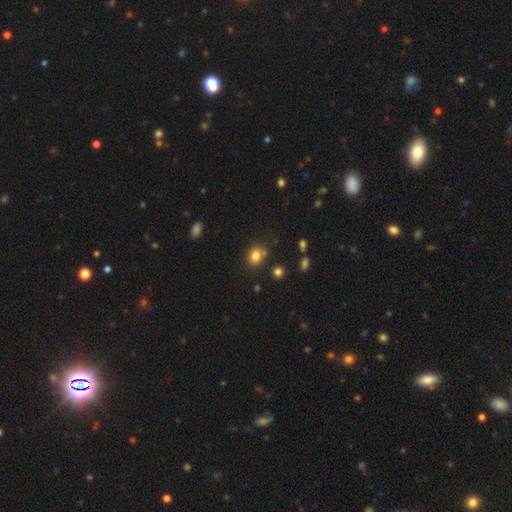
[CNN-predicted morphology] Smooth or featured: smooth — 81% (star or artifact — 13%)
How rounded: round — 67% (in between — 32%)
Merging: none — 71% (minor disturbance — 14%)